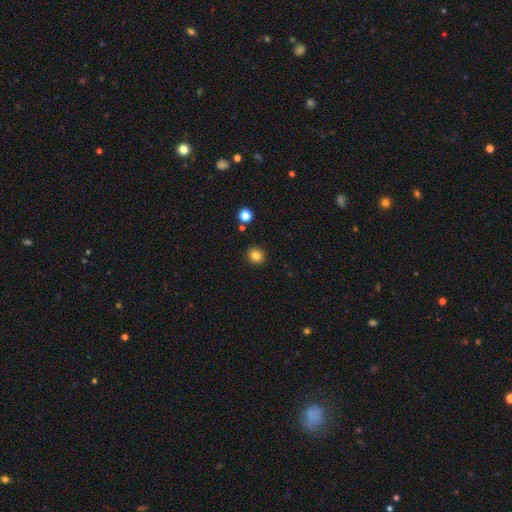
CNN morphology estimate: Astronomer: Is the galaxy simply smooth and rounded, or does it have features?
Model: smooth — 83%.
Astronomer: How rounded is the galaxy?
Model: round — 84%.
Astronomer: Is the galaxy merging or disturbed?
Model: none — 90%.